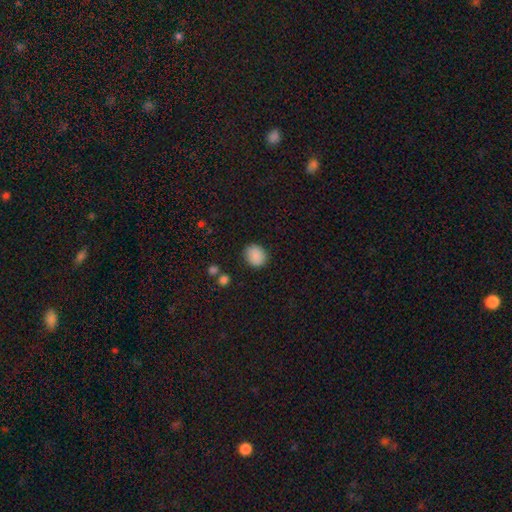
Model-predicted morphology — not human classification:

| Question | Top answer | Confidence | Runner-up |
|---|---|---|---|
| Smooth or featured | smooth | 88% | star or artifact (8%) |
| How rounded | round | 65% | in between (34%) |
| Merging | none | 86% | minor disturbance (10%) |